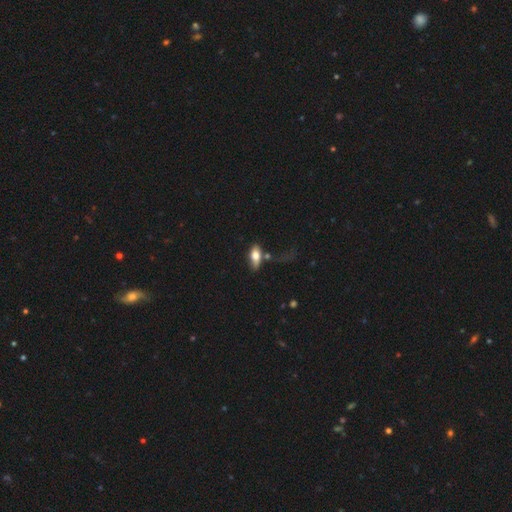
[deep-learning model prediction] This appears to be a smooth galaxy with no disk features (71%) that is in between round and cigar-shaped (84%). Merging: none (48%).